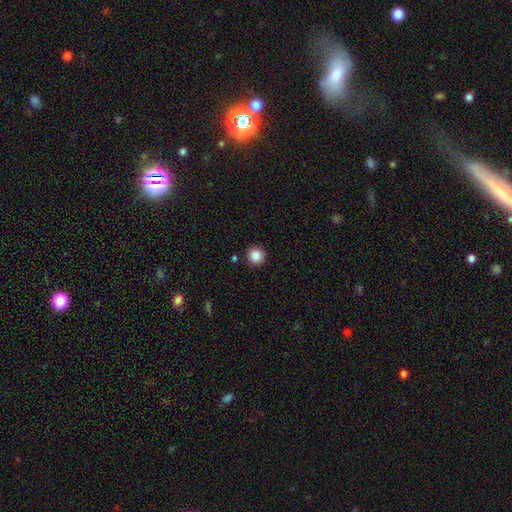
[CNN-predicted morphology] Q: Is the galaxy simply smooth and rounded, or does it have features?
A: smooth — 87%.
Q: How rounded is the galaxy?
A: round — 96%.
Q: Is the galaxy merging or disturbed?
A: none — 92%.